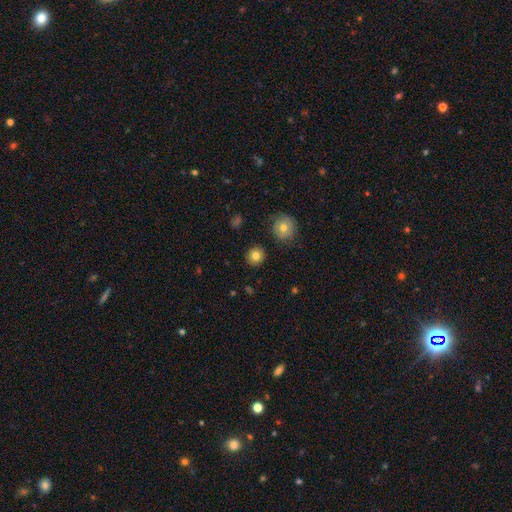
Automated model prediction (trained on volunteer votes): Q: Smooth or featured?
A: smooth (81%); runner-up: star or artifact (11%)
Q: How rounded?
A: round (92%); runner-up: in between (7%)
Q: Merging?
A: none (90%); runner-up: minor disturbance (6%)